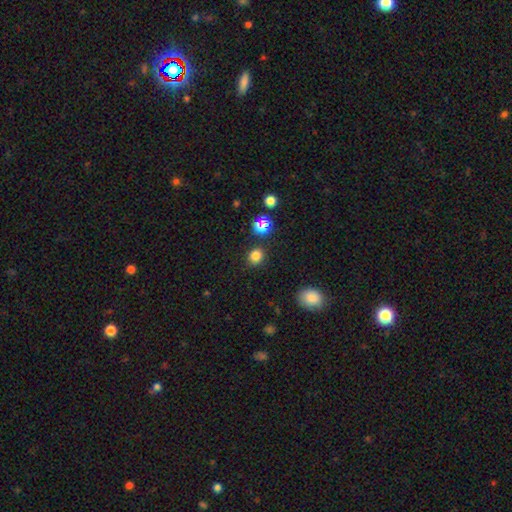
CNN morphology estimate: smooth_or_featured: smooth (p=0.79) [alt: star or artifact p=0.16]
how_rounded: round (p=0.81) [alt: in between p=0.18]
merging: none (p=0.87) [alt: minor disturbance p=0.07]